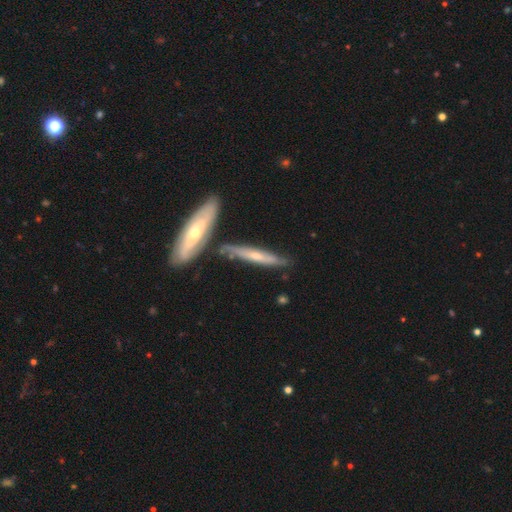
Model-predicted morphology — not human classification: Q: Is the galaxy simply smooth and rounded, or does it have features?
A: featured or disk — 61%.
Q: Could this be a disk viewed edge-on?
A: yes — 81%.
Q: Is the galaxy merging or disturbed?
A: none — 69%.